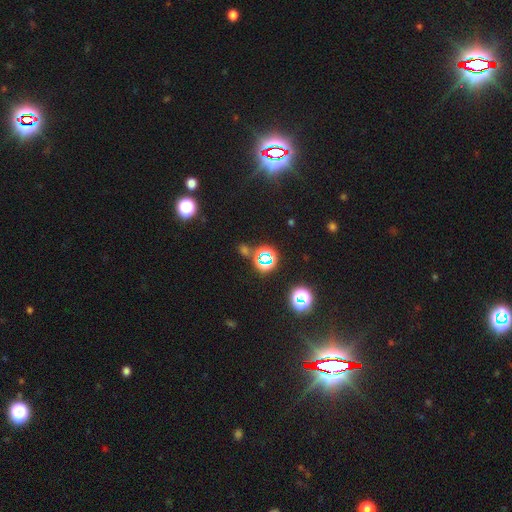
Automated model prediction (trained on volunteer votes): Smooth or featured?
  - star or artifact: 72% *
  - smooth: 19%
  - featured or disk: 8%